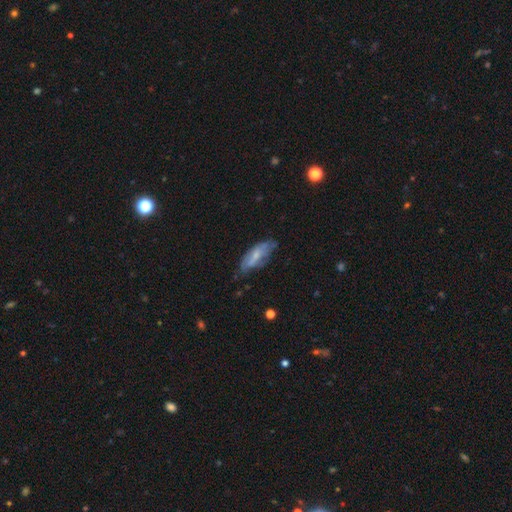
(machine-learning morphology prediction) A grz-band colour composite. It shows a smooth galaxy with no disk features (53%) that is in between round and cigar-shaped (68%). Merging: none (54%).